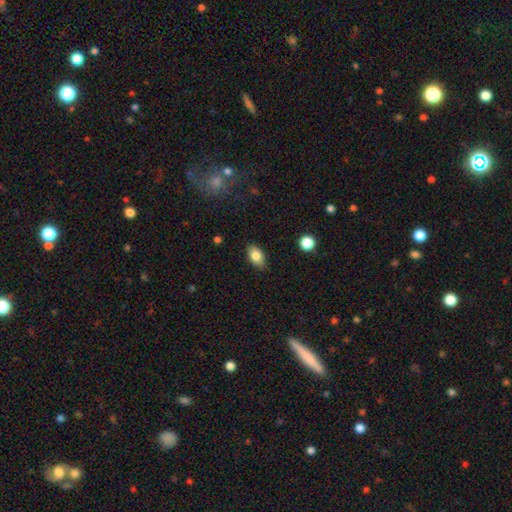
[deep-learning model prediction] A smooth galaxy with no disk features (82%) that is in between round and cigar-shaped (88%).

Vote fractions:
- Smooth or featured? smooth: 82% / featured or disk: 9% / star or artifact: 8%
- How rounded? in between: 88% / round: 9% / cigar-shaped: 2%
- Merging? none: 85% / minor disturbance: 12% / major disturbance: 2% / merger: 1%